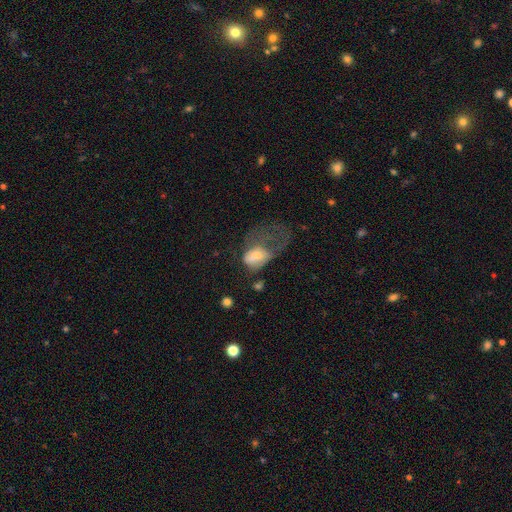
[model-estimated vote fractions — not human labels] Morphology: type=smooth (55%); roundness=in between (77%); merging=major disturbance (69%).